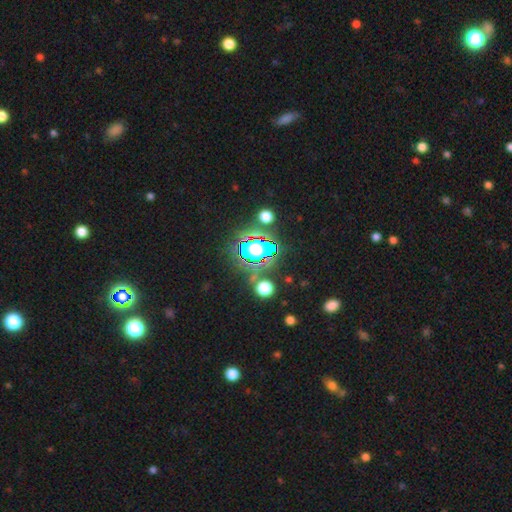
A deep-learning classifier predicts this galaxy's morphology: smooth_or_featured: star or artifact (p=0.77) [alt: smooth p=0.14]